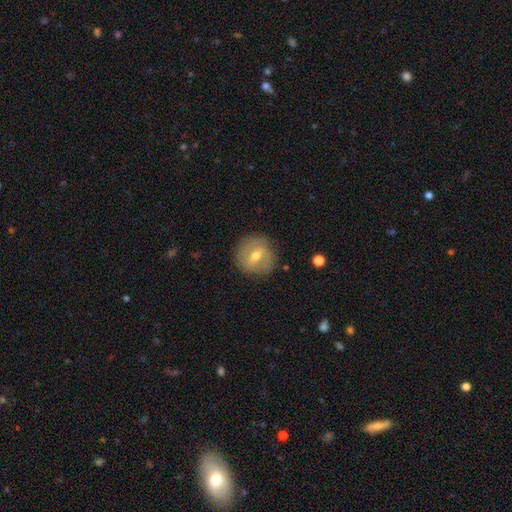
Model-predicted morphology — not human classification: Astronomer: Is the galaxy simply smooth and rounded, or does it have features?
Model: featured or disk — 56% (runner-up: smooth, 37%).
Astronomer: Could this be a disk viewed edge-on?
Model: no — 95%.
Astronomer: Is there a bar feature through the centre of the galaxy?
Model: weak — 53% (runner-up: strong, 28%).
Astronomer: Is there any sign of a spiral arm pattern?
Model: yes — 61% (runner-up: no, 39%).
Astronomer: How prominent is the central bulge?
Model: moderate — 70%.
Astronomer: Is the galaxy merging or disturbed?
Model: none — 81%.